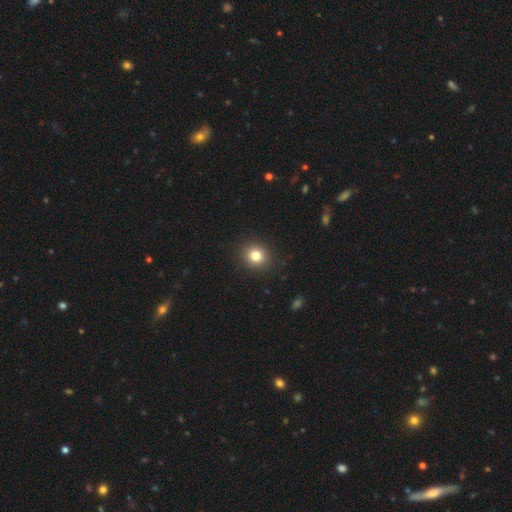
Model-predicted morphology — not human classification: This is clearly a smooth galaxy (81%). How rounded: clearly round (81%). Merging: clearly none (91%).